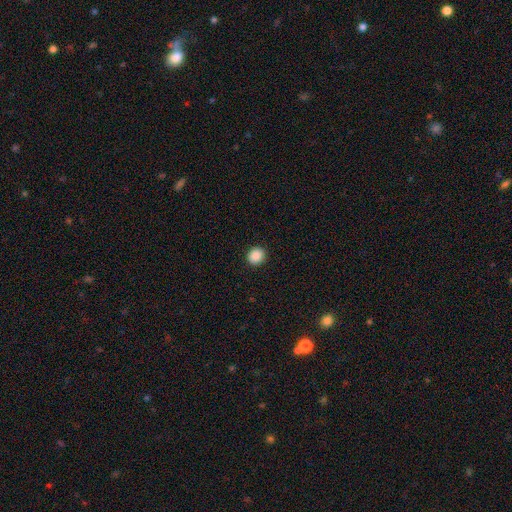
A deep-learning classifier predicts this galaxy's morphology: This is clearly a smooth galaxy (89%). How rounded: clearly round (85%). Merging: clearly none (92%).